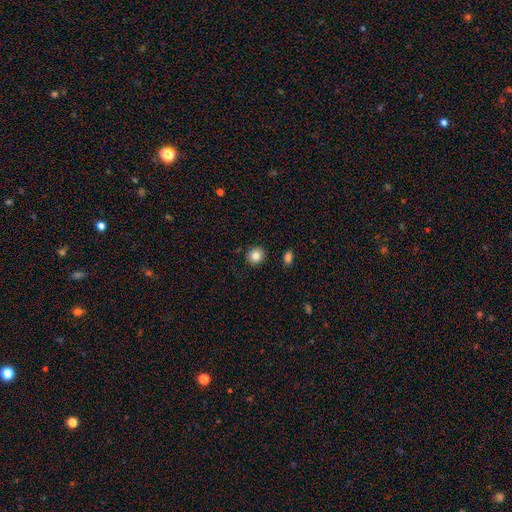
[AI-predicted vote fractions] Smooth or featured? smooth (84%)
How rounded? round (86%)
Merging? none (89%)